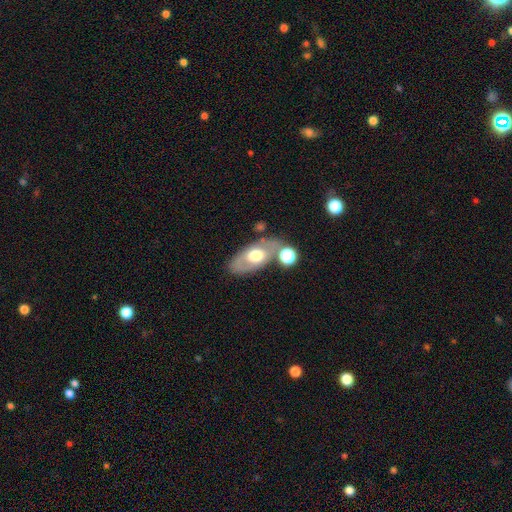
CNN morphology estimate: smooth_or_featured: smooth (p=0.48) [alt: featured or disk p=0.45]
merging: none (p=0.68) [alt: minor disturbance p=0.15]